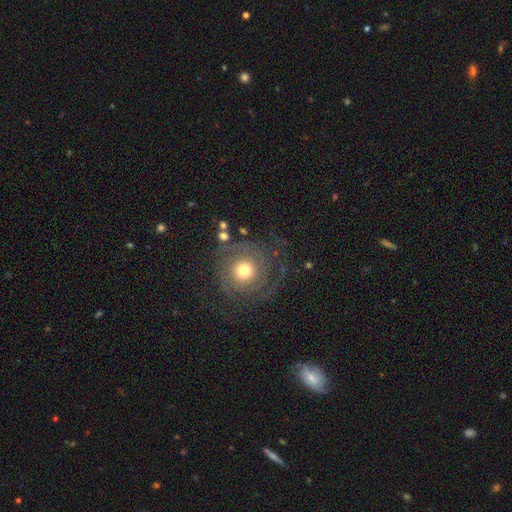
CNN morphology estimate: smooth_or_featured: smooth (p=0.46) [alt: featured or disk p=0.28]
merging: none (p=0.74) [alt: minor disturbance p=0.13]